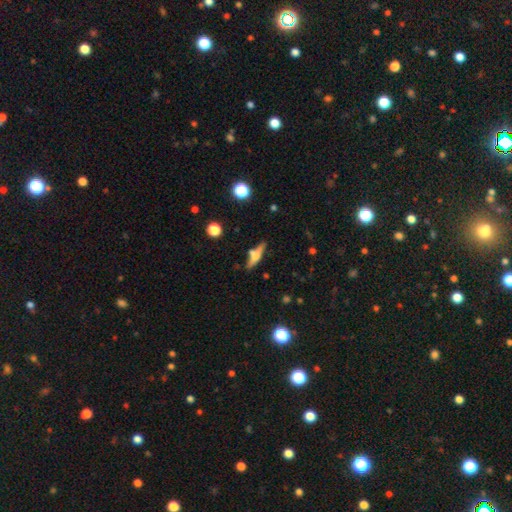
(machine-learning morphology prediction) Smooth or featured: featured or disk — 49% (smooth — 42%)
Merging: none — 68% (minor disturbance — 17%)